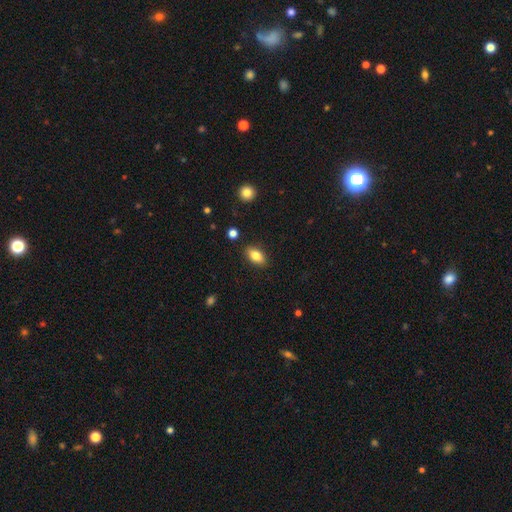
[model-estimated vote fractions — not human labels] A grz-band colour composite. It shows a smooth galaxy with no disk features (84%) that is in between round and cigar-shaped (90%). Merging: none (87%).